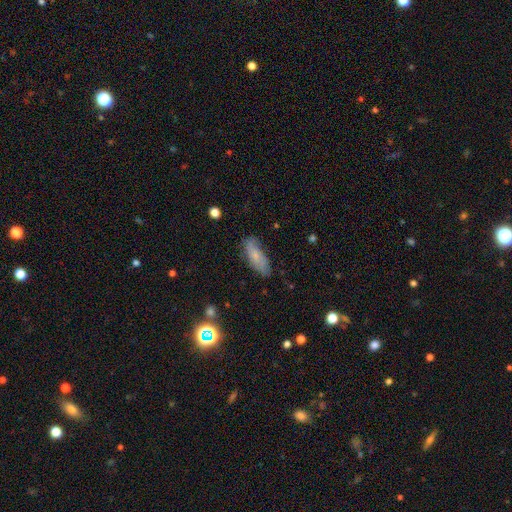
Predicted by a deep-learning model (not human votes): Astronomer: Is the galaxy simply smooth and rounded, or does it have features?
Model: smooth — 65%.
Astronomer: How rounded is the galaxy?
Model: in between — 68%.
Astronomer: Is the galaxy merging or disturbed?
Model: none — 70%.